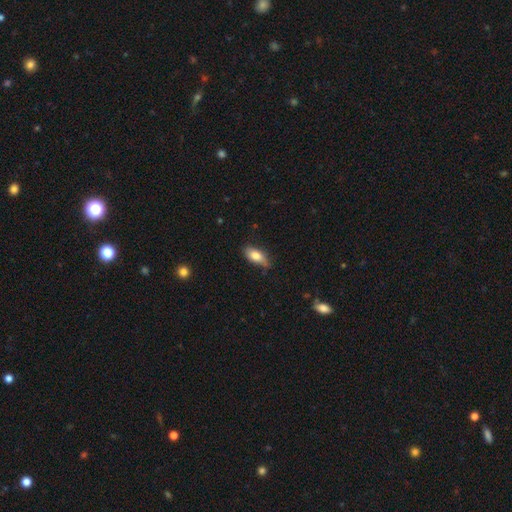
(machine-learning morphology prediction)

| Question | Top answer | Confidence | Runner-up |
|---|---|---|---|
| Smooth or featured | smooth | 79% | featured or disk (14%) |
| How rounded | in between | 83% | cigar-shaped (14%) |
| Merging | none | 68% | minor disturbance (26%) |